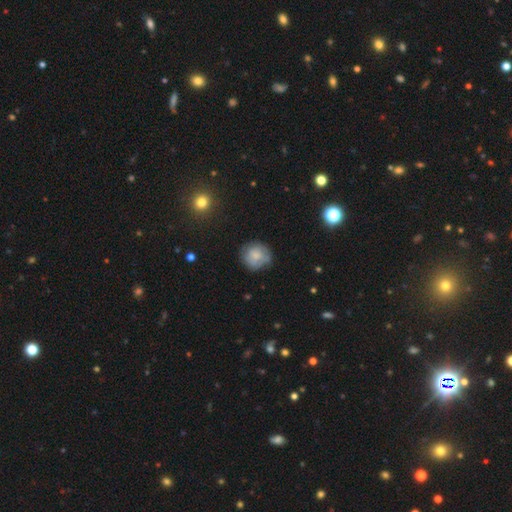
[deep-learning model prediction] Smooth or featured? Predicted: smooth (p=0.67). How rounded? Predicted: round (p=0.88). Merging? Predicted: none (p=0.72).